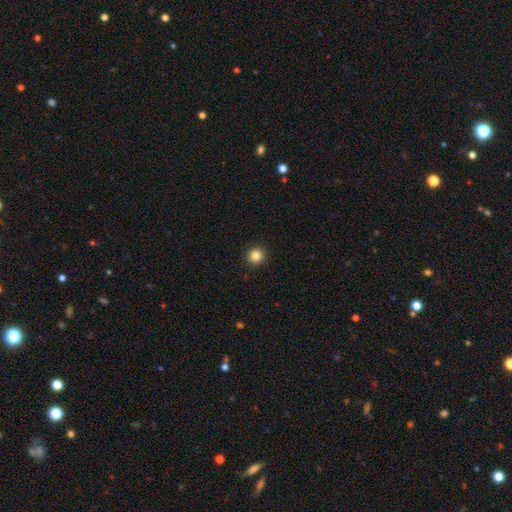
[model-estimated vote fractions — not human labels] The model was most divided on "smooth or featured": smooth: 84%, star or artifact: 11%, featured or disk: 4%. More confident: how rounded — round (93%); merging — none (93%).